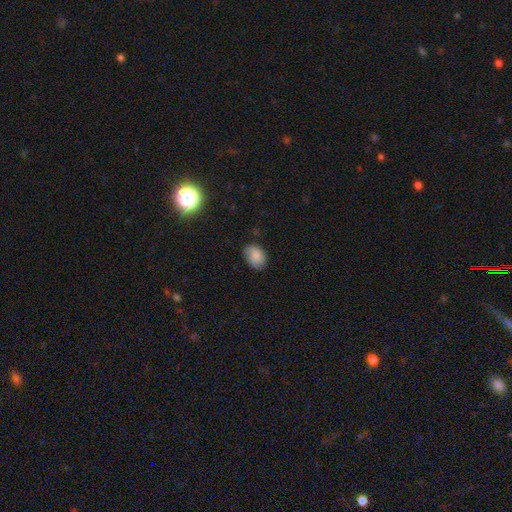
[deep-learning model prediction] This is clearly a smooth galaxy (84%). How rounded: likely in between (74%). Merging: likely none (74%).